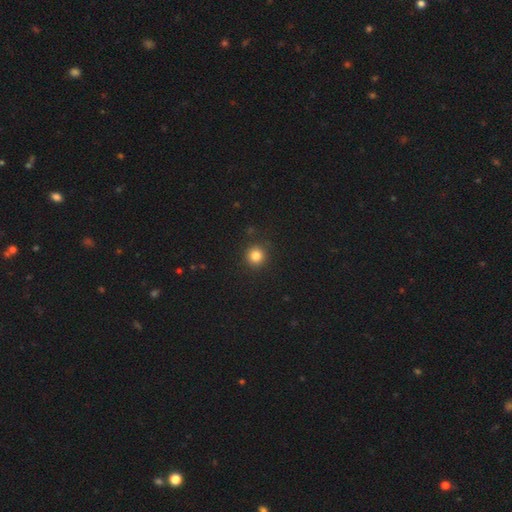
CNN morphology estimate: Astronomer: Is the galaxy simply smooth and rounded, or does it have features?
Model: smooth — 83%.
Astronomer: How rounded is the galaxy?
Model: round — 94%.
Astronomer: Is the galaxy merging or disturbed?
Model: none — 91%.